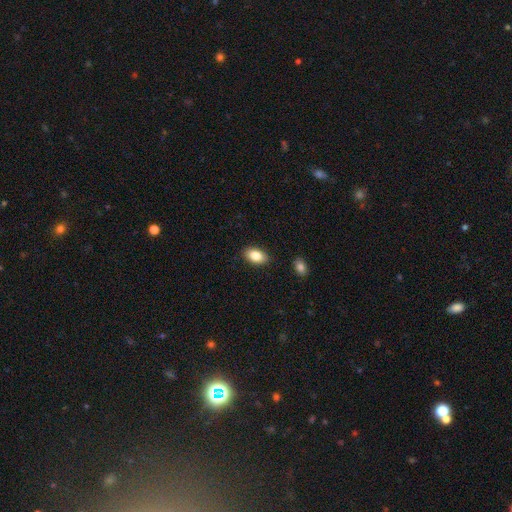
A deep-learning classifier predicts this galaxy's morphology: smooth_or_featured: smooth (p=0.84) [alt: featured or disk p=0.08]
how_rounded: in between (p=0.91) [alt: round p=0.07]
merging: none (p=0.88) [alt: minor disturbance p=0.09]